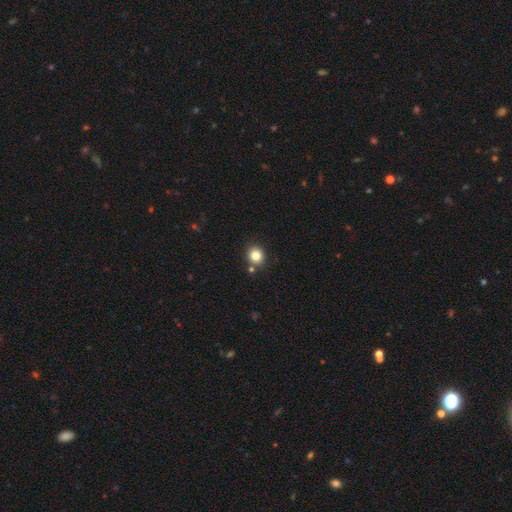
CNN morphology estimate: Smooth or featured?
  - smooth: 83% *
  - star or artifact: 12%
  - featured or disk: 5%
How rounded?
  - round: 85% *
  - in between: 15%
  - cigar-shaped: 1%
Merging?
  - none: 83% *
  - minor disturbance: 8%
  - merger: 6%
  - major disturbance: 2%